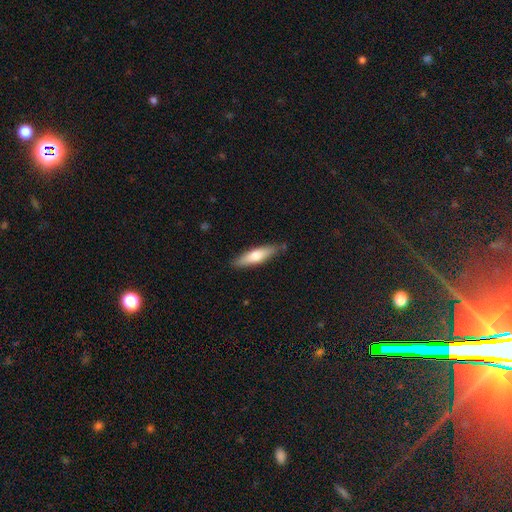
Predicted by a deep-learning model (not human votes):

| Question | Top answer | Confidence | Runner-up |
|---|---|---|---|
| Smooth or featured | smooth | 63% | featured or disk (32%) |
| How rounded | cigar-shaped | 68% | in between (30%) |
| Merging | none | 83% | minor disturbance (12%) |